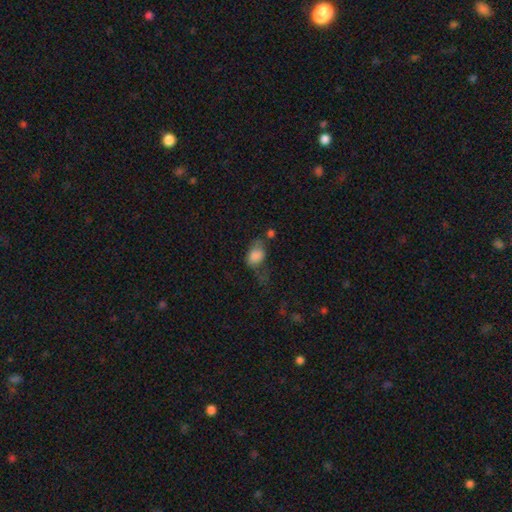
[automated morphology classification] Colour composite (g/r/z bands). It shows a smooth galaxy with no disk features (76%) that is in between round and cigar-shaped (79%). Merging: major disturbance (31%).